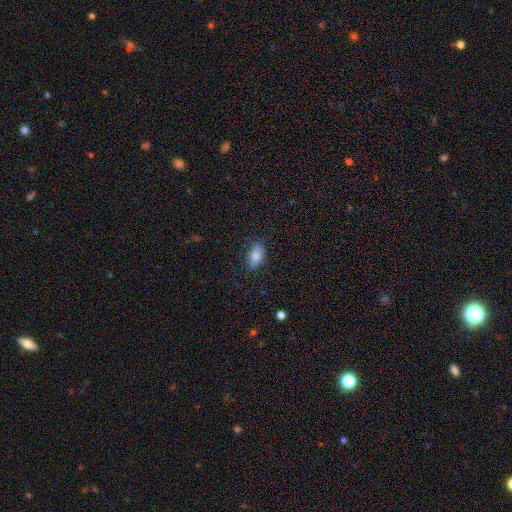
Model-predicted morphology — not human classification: The model was most divided on "merging": none: 83%, minor disturbance: 13%, major disturbance: 3%, merger: 1%. More confident: how rounded — in between (91%); smooth or featured — smooth (84%).